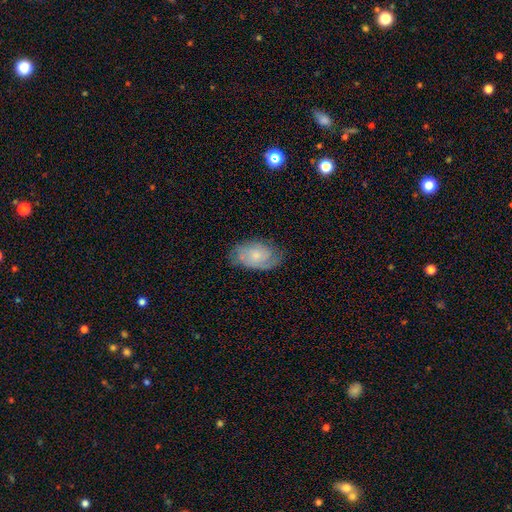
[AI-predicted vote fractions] Smooth or featured?
  - featured or disk: 55% *
  - smooth: 38%
  - star or artifact: 7%
Edge-on disk?
  - no: 95% *
  - yes: 5%
Bar?
  - no: 78% *
  - weak: 20%
  - strong: 3%
Spiral arms?
  - yes: 85% *
  - no: 15%
Bulge size?
  - small: 62% *
  - moderate: 27%
  - none: 7%
  - large: 2%
  - dominant: 1%
Merging?
  - none: 65% *
  - minor disturbance: 25%
  - major disturbance: 9%
  - merger: 1%